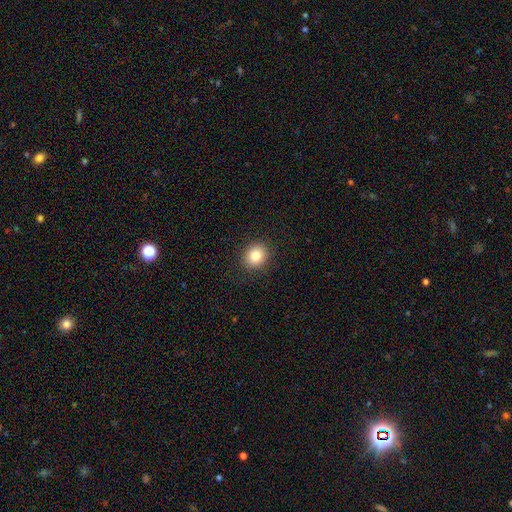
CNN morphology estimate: Q: Smooth or featured?
A: smooth (83%); runner-up: star or artifact (10%)
Q: How rounded?
A: round (78%); runner-up: in between (21%)
Q: Merging?
A: none (91%); runner-up: minor disturbance (6%)